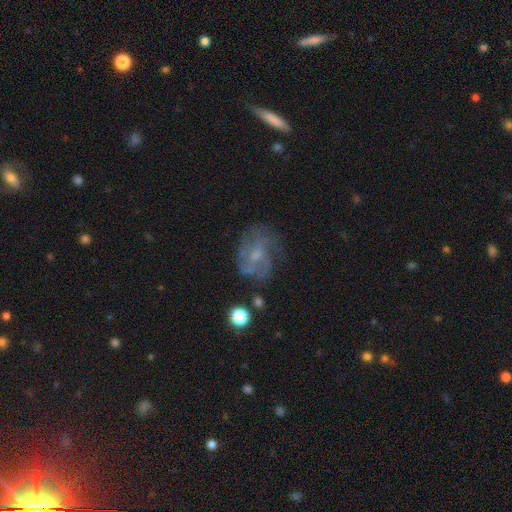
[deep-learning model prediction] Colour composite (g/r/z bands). It shows a featured or disk galaxy (62%) with no bar (59%), spiral arms (71%) and a small central bulge (51%). Merging: none (54%).